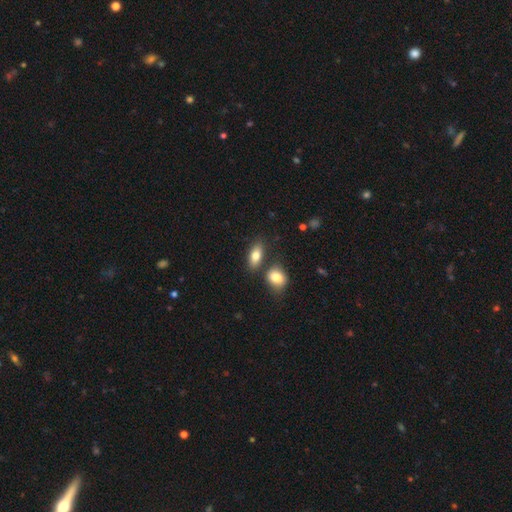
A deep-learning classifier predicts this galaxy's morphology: Smooth or featured?
  - smooth: 79% *
  - featured or disk: 14%
  - star or artifact: 8%
How rounded?
  - in between: 83% *
  - cigar-shaped: 10%
  - round: 7%
Merging?
  - none: 69% *
  - merger: 17%
  - minor disturbance: 11%
  - major disturbance: 3%